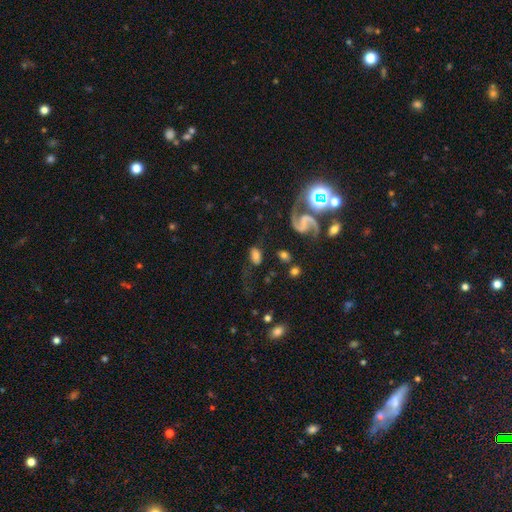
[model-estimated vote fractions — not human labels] Overall: smooth (48%; featured or disk 40%). Merging: none (55%; minor disturbance 19%).